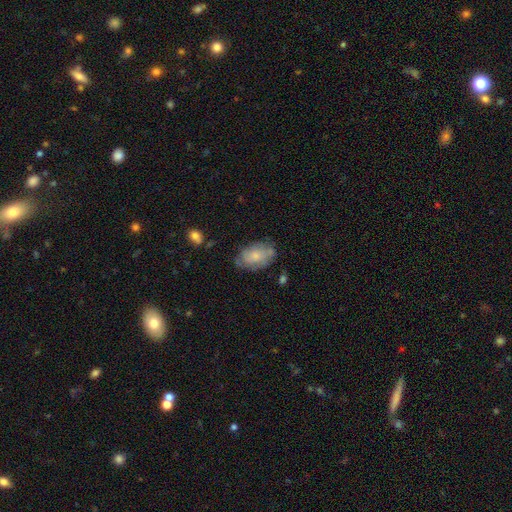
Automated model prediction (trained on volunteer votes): Smooth or featured? Predicted: smooth (p=0.65). How rounded? Predicted: in between (p=0.90). Merging? Predicted: none (p=0.65).